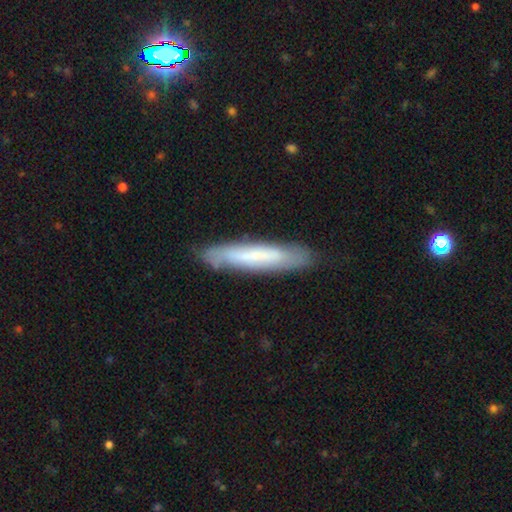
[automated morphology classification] Smooth or featured? smooth (54%)
How rounded? cigar-shaped (88%)
Merging? none (82%)